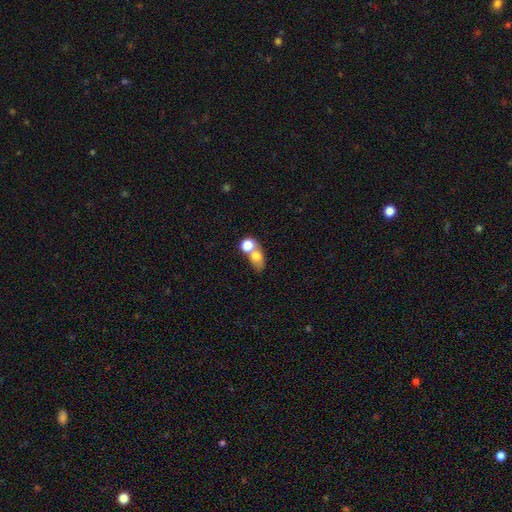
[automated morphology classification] Smooth or featured? Predicted: smooth (p=0.71). How rounded? Predicted: in between (p=0.57). Merging? Predicted: merger (p=0.58).